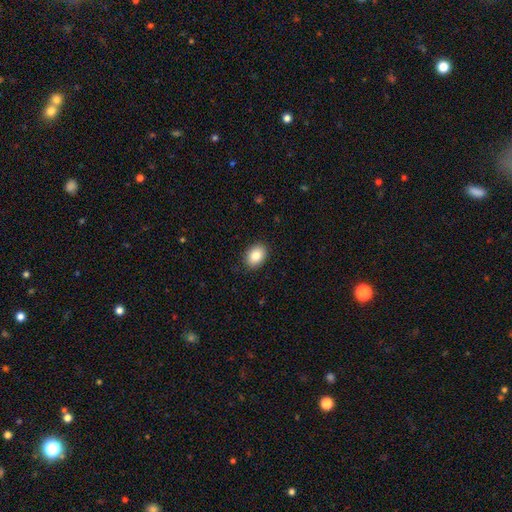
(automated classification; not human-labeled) Smooth or featured?
  - smooth: 85% *
  - star or artifact: 8%
  - featured or disk: 7%
How rounded?
  - in between: 70% *
  - round: 29%
  - cigar-shaped: 1%
Merging?
  - none: 90% *
  - minor disturbance: 8%
  - major disturbance: 2%
  - merger: 1%